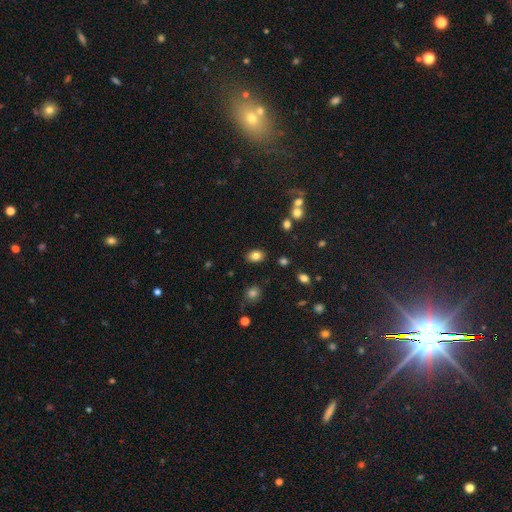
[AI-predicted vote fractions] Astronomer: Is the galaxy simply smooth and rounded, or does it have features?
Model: smooth — 83%.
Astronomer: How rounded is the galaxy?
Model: in between — 75%.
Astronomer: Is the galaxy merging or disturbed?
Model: none — 86%.